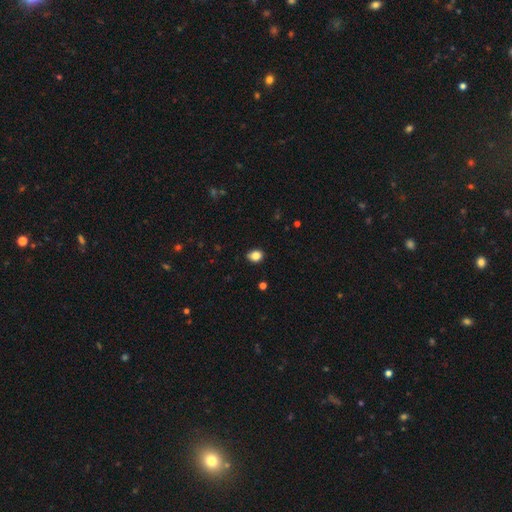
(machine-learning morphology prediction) A smooth galaxy with no disk features (85%) that is round (51%).

Vote fractions:
- Smooth or featured? smooth: 85% / star or artifact: 10% / featured or disk: 5%
- How rounded? round: 51% / in between: 48% / cigar-shaped: 1%
- Merging? none: 86% / minor disturbance: 11% / major disturbance: 2% / merger: 1%